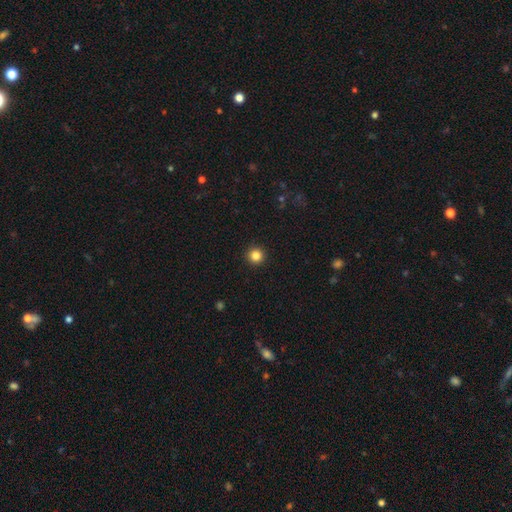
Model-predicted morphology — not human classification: type=smooth (84%); roundness=round (96%); merging=none (93%).